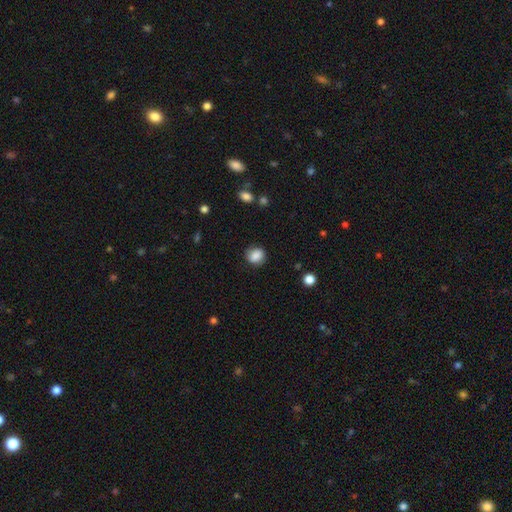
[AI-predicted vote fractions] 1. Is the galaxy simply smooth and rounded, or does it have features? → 86% smooth, 9% star or artifact, 6% featured or disk.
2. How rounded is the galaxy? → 71% round, 28% in between, 1% cigar-shaped.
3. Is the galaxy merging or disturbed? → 82% none, 13% minor disturbance, 4% major disturbance, 1% merger.